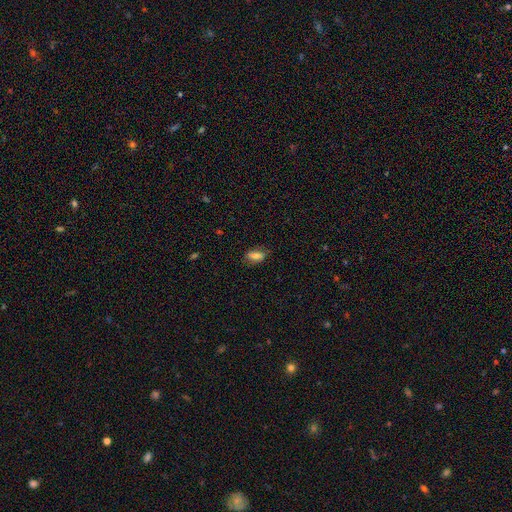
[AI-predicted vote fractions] smooth-or-featured: smooth: 72% | featured or disk: 18% | star or artifact: 9%
  how-rounded: in between: 80% | cigar-shaped: 15% | round: 5%
  merging: none: 76% | minor disturbance: 18% | major disturbance: 5% | merger: 1%